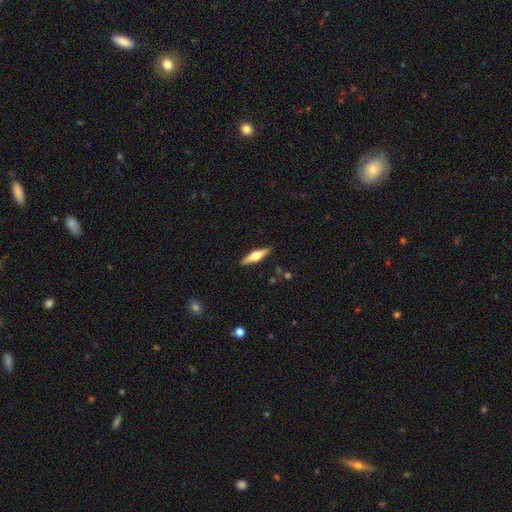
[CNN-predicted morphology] A featured or disk galaxy (61%) viewed edge-on (96%) with a rounded central bulge (95%). Merging: none (90%).